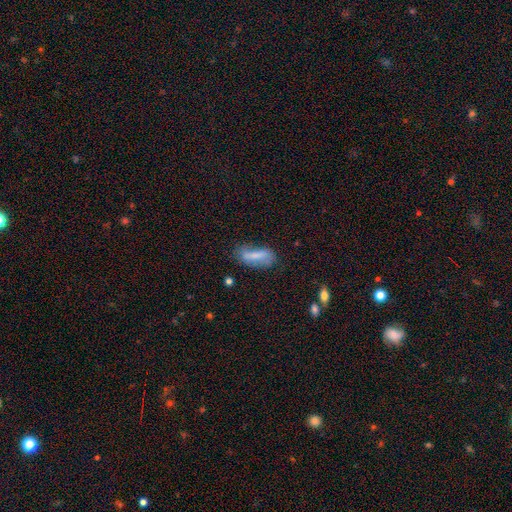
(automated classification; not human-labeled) Smooth or featured?
  - smooth: 66% *
  - featured or disk: 25%
  - star or artifact: 9%
How rounded?
  - in between: 60% *
  - cigar-shaped: 37%
  - round: 3%
Merging?
  - none: 50% *
  - minor disturbance: 31%
  - major disturbance: 15%
  - merger: 5%